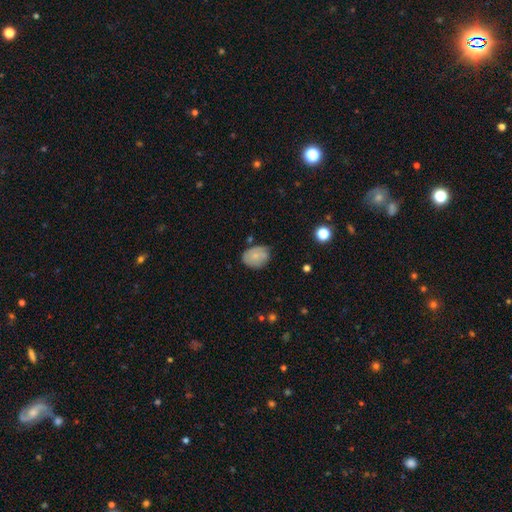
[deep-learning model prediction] This appears to be a smooth galaxy with no disk features (71%) that is in between round and cigar-shaped (64%). Merging: none (61%).